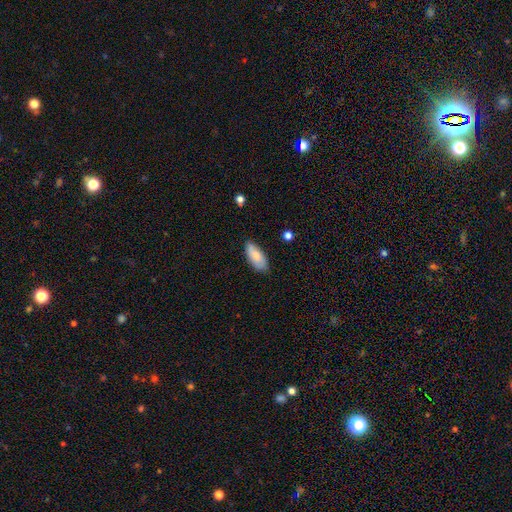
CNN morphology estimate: Q: Smooth or featured?
A: smooth (79%); runner-up: featured or disk (15%)
Q: How rounded?
A: in between (88%); runner-up: cigar-shaped (10%)
Q: Merging?
A: none (78%); runner-up: minor disturbance (18%)